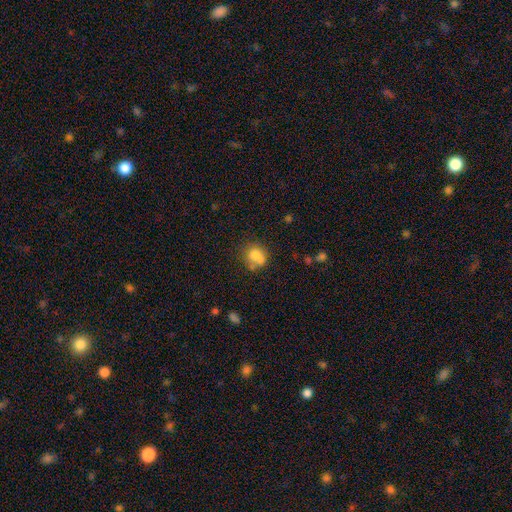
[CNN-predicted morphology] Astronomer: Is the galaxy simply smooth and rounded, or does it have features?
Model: smooth — 74%.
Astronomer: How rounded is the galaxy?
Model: round — 76%.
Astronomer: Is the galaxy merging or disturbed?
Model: none — 45% (runner-up: merger, 32%).